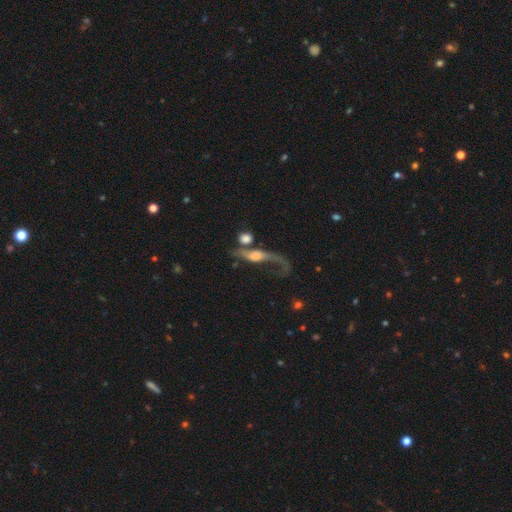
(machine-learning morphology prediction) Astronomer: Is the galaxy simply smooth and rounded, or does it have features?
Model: featured or disk — 70%.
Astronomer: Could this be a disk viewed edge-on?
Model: no — 70%.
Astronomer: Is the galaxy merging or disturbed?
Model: none — 31% (runner-up: major disturbance, 29%).